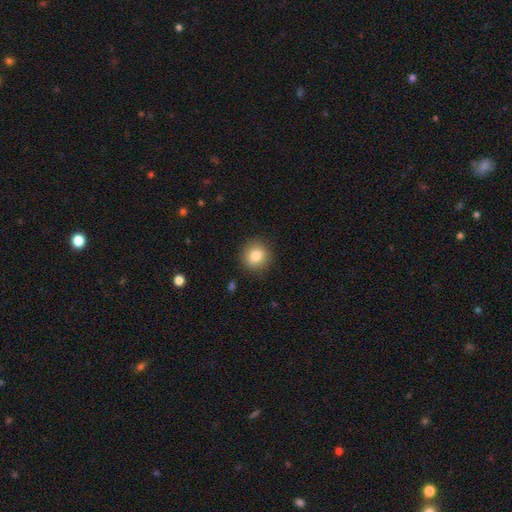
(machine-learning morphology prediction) A smooth galaxy with no disk features (83%) that is round (91%).

Vote fractions:
- Smooth or featured? smooth: 83% / star or artifact: 9% / featured or disk: 7%
- How rounded? round: 91% / in between: 8% / cigar-shaped: 1%
- Merging? none: 89% / minor disturbance: 7% / major disturbance: 2% / merger: 1%